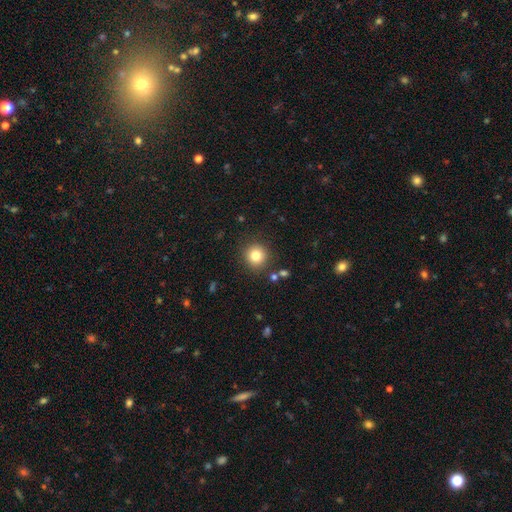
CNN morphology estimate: This appears to be a smooth galaxy with no disk features (81%) that is round (92%). Merging: none (88%).